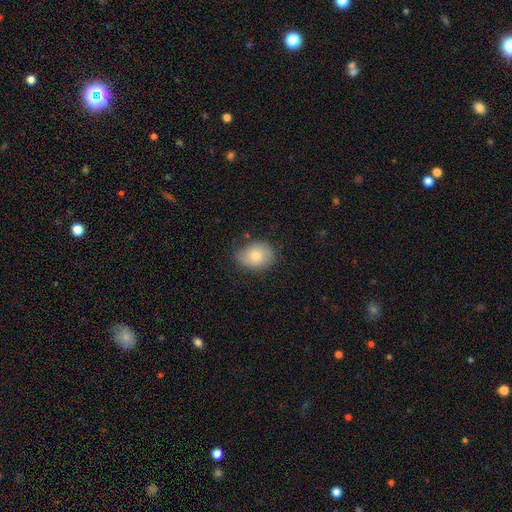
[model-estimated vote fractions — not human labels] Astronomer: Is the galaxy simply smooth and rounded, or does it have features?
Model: smooth — 74%.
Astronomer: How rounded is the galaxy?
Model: in between — 55% (runner-up: round, 44%).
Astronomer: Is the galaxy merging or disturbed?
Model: none — 65%.